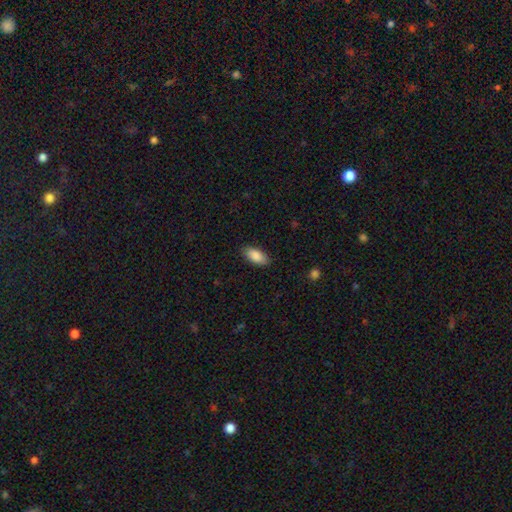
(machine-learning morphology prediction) This appears to be a smooth galaxy with no disk features (88%) that is in between round and cigar-shaped (92%). Merging: none (87%).